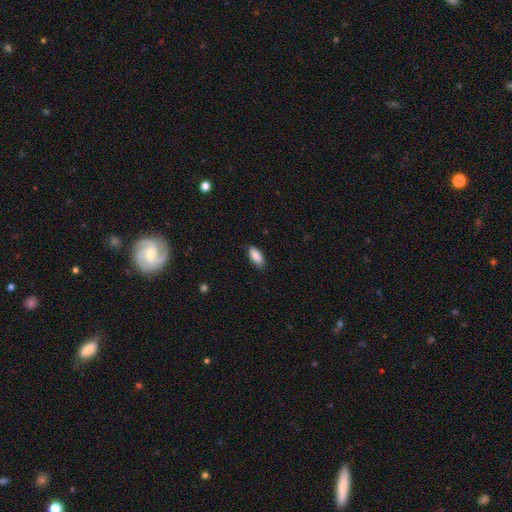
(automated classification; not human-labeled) Morphology: type=smooth (89%); roundness=in between (87%); merging=none (83%).